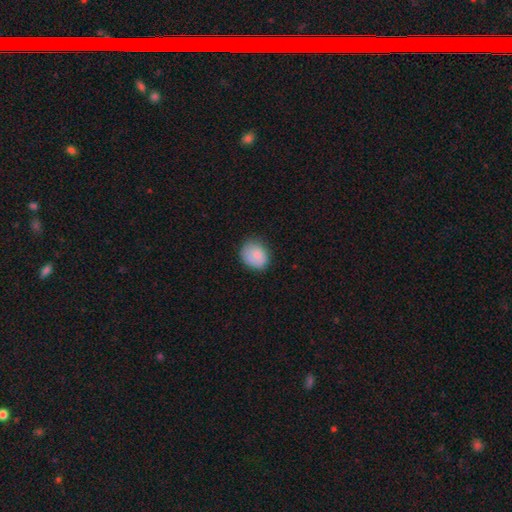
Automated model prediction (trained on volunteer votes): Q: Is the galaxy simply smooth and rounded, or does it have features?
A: smooth — 82%.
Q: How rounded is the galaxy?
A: round — 58%.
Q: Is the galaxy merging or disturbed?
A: none — 71%.